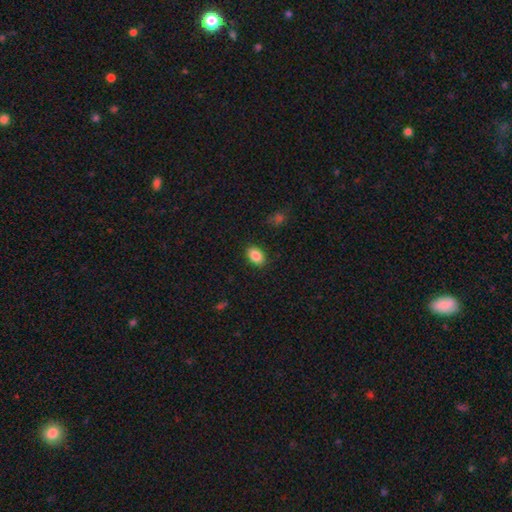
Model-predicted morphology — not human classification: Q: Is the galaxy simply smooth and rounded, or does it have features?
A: smooth — 87%.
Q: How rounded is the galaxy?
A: in between — 88%.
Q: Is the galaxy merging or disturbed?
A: none — 88%.